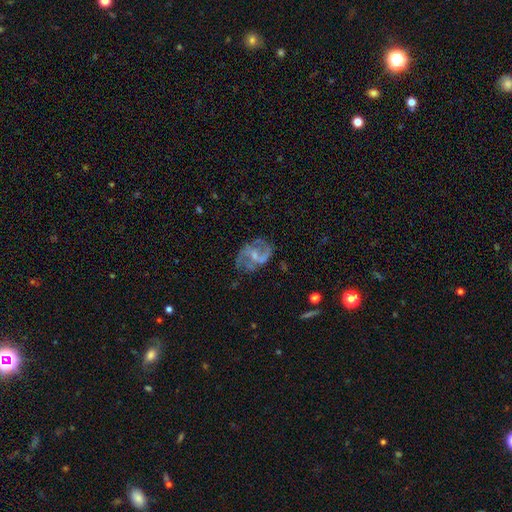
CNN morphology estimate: This is likely a featured or disk galaxy (77%). It is clearly not viewed edge-on (97%). Bar: possibly weak (47%). Spiral arm pattern: clearly yes (85%). Spiral arm count: likely 2 (75%). Spiral winding: possibly loose (45%). Central bulge: possibly small (50%). Merging: possibly none (57%).